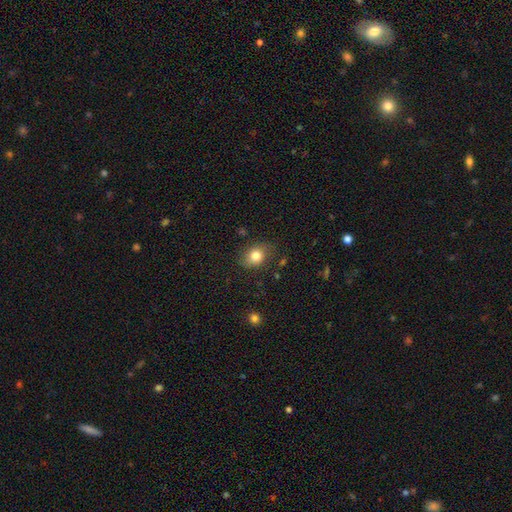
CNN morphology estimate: The model was most divided on "how rounded": in between: 56%, round: 43%, cigar-shaped: 1%. More confident: smooth or featured — smooth (81%); merging — none (76%).